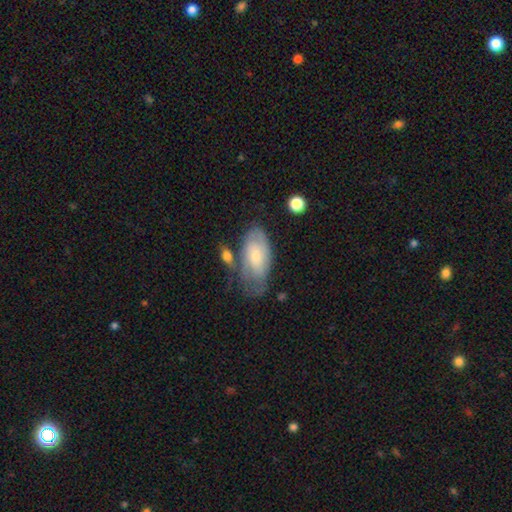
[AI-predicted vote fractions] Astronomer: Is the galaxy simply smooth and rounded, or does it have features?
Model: smooth — 49% (runner-up: featured or disk, 45%).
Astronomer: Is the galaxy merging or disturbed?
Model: none — 46% (runner-up: minor disturbance, 28%).